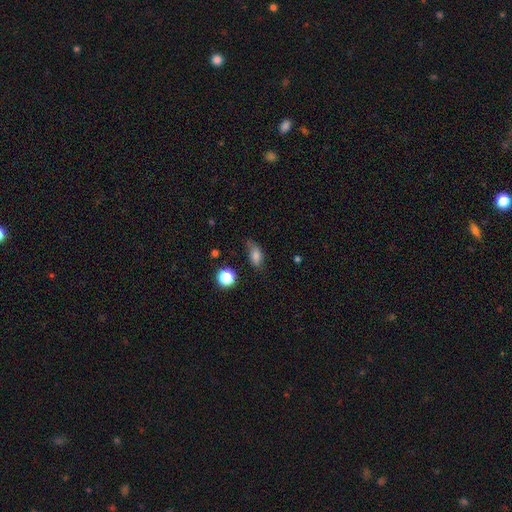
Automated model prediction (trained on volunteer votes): Smooth or featured?
  - smooth: 76% *
  - star or artifact: 12%
  - featured or disk: 11%
How rounded?
  - in between: 82% *
  - round: 12%
  - cigar-shaped: 6%
Merging?
  - none: 55% *
  - minor disturbance: 32%
  - major disturbance: 11%
  - merger: 3%